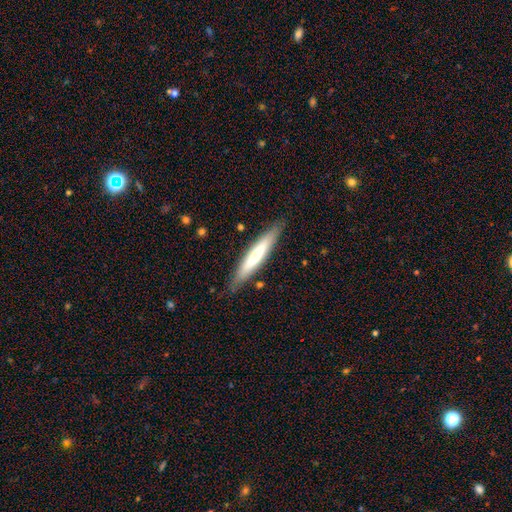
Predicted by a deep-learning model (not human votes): smooth_or_featured: smooth (p=0.62) [alt: featured or disk p=0.33]
how_rounded: cigar-shaped (p=0.91) [alt: in between p=0.08]
merging: none (p=0.86) [alt: minor disturbance p=0.11]